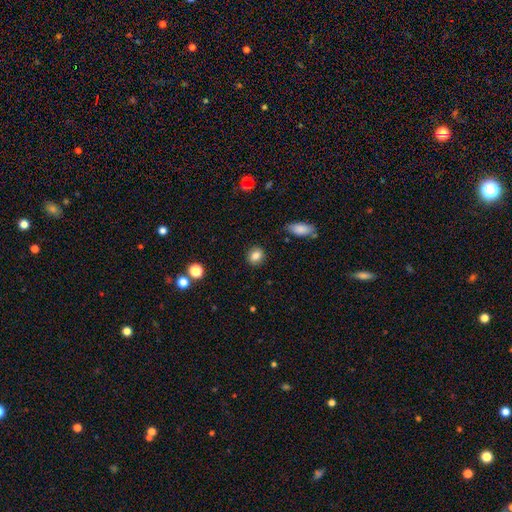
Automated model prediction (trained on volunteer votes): Overall: smooth (85%). How rounded: round (67%; in between 32%). Merging: none (89%).